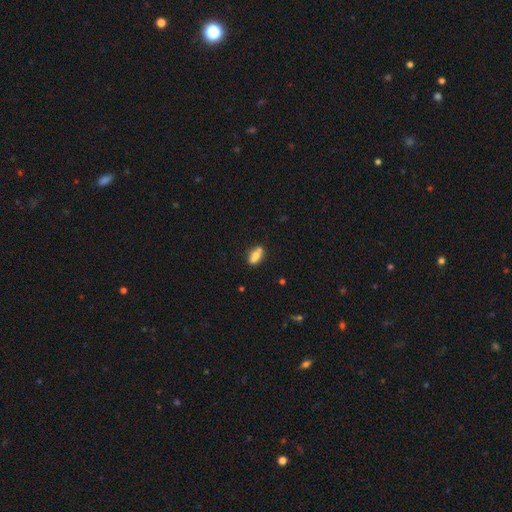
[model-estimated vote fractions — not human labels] The model was most divided on "merging": none: 48%, merger: 32%, minor disturbance: 15%, major disturbance: 5%. More confident: how rounded — in between (78%); smooth or featured — smooth (67%).